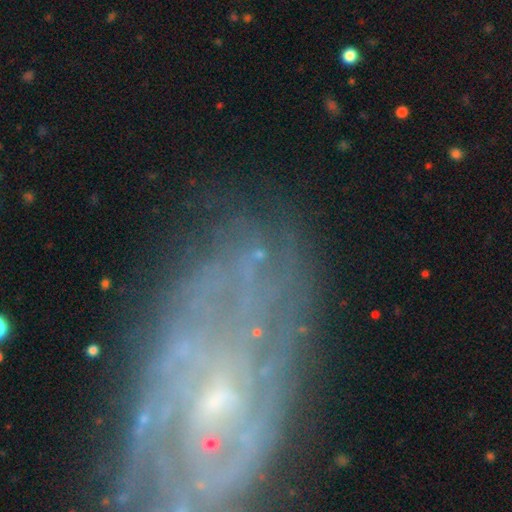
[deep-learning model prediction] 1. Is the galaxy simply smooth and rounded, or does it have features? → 47% featured or disk, 35% star or artifact, 18% smooth.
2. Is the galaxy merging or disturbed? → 65% none, 17% minor disturbance, 12% major disturbance, 6% merger.